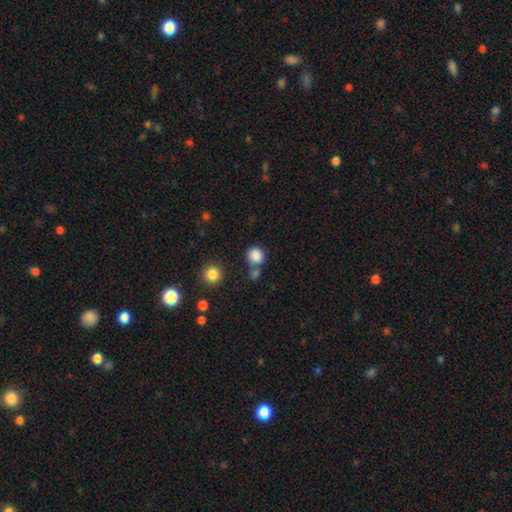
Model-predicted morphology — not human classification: The model was most divided on "merging": none: 65%, merger: 20%, minor disturbance: 11%, major disturbance: 4%. More confident: how rounded — round (87%); smooth or featured — smooth (85%).